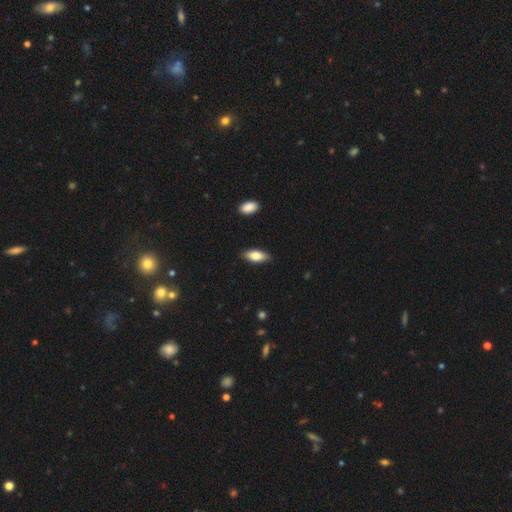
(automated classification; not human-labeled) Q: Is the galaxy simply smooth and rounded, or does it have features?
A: smooth — 77%.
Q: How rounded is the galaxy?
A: in between — 81%.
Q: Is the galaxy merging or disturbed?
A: none — 87%.